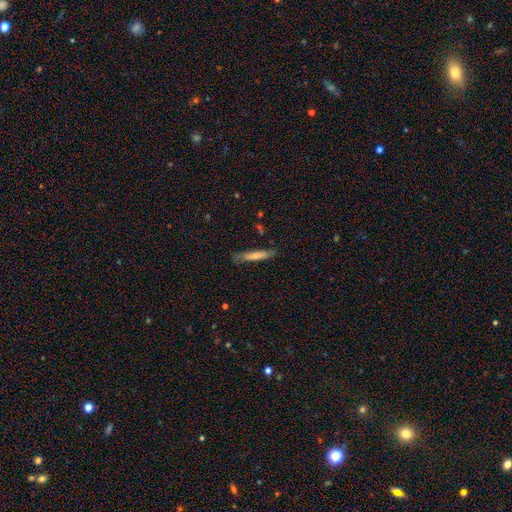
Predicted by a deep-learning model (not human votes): Q: Smooth or featured?
A: smooth (62%); runner-up: featured or disk (31%)
Q: How rounded?
A: cigar-shaped (90%); runner-up: in between (9%)
Q: Merging?
A: none (73%); runner-up: minor disturbance (19%)